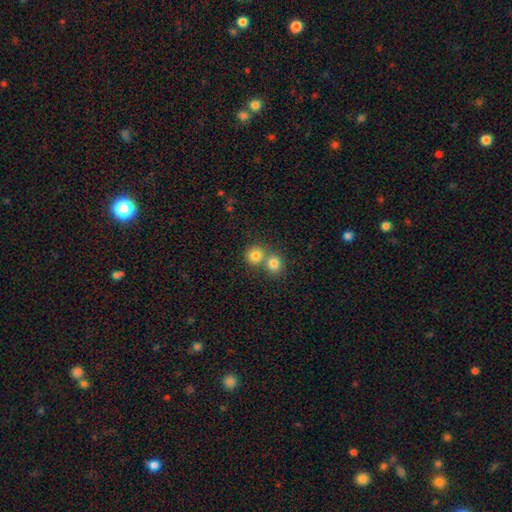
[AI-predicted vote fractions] smooth_or_featured: smooth (p=0.81) [alt: star or artifact p=0.12]
how_rounded: round (p=0.88) [alt: in between p=0.11]
merging: none (p=0.48) [alt: merger p=0.45]